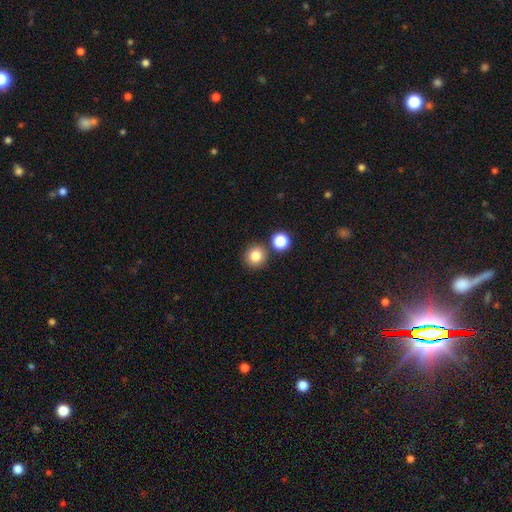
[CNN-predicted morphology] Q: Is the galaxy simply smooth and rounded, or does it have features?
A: smooth — 82%.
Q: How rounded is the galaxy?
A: round — 92%.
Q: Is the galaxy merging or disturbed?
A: none — 82%.